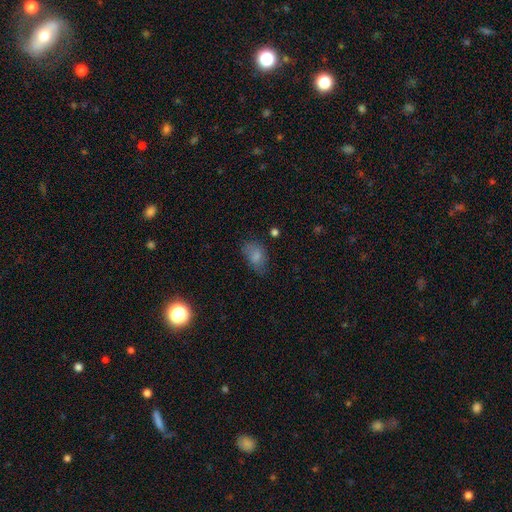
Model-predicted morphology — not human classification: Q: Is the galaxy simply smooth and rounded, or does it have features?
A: smooth — 78%.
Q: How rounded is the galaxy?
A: in between — 89%.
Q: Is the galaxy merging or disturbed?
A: none — 61%.